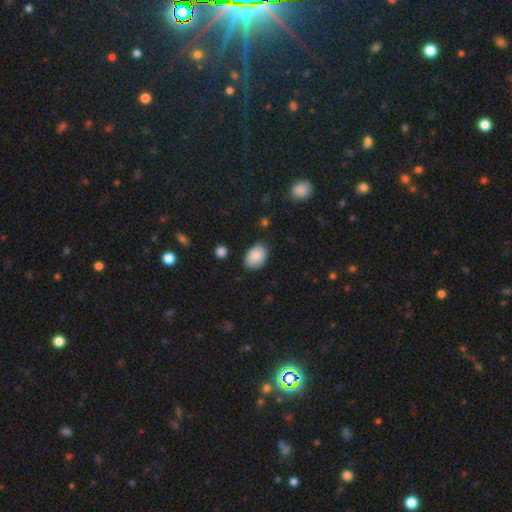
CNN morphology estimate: Smooth or featured?
  - smooth: 86% *
  - star or artifact: 7%
  - featured or disk: 6%
How rounded?
  - in between: 83% *
  - round: 15%
  - cigar-shaped: 1%
Merging?
  - none: 74% *
  - minor disturbance: 20%
  - major disturbance: 4%
  - merger: 2%